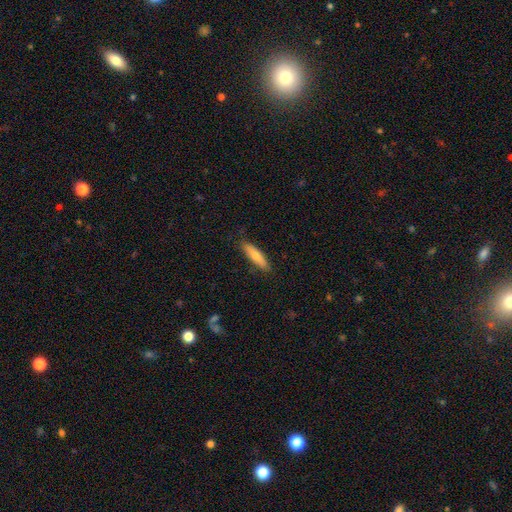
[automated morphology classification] Q: Smooth or featured?
A: smooth (74%); runner-up: featured or disk (20%)
Q: How rounded?
A: cigar-shaped (72%); runner-up: in between (27%)
Q: Merging?
A: none (84%); runner-up: minor disturbance (12%)